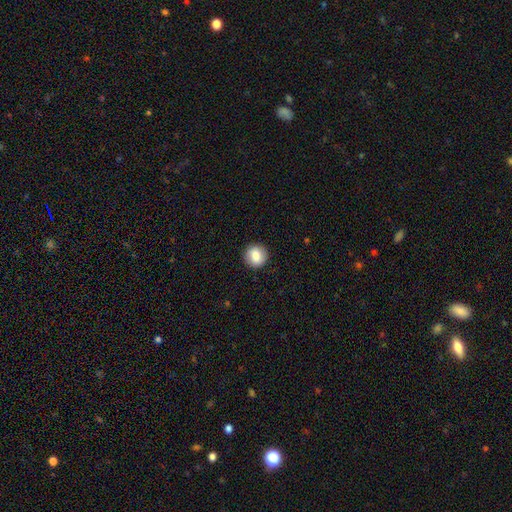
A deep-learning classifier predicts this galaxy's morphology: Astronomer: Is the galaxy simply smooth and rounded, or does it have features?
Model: smooth — 82%.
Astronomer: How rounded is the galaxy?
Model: round — 91%.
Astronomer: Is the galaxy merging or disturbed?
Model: none — 90%.